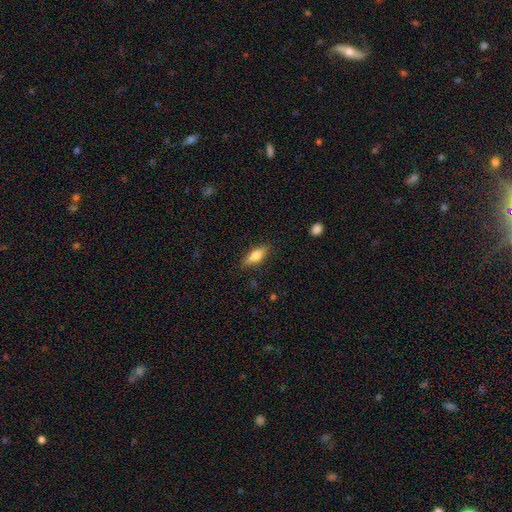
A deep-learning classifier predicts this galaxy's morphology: A smooth galaxy with no disk features (65%) that is in between round and cigar-shaped (61%).

Vote fractions:
- Smooth or featured? smooth: 65% / featured or disk: 28% / star or artifact: 7%
- How rounded? in between: 61% / cigar-shaped: 36% / round: 3%
- Merging? none: 84% / minor disturbance: 12% / major disturbance: 3% / merger: 1%